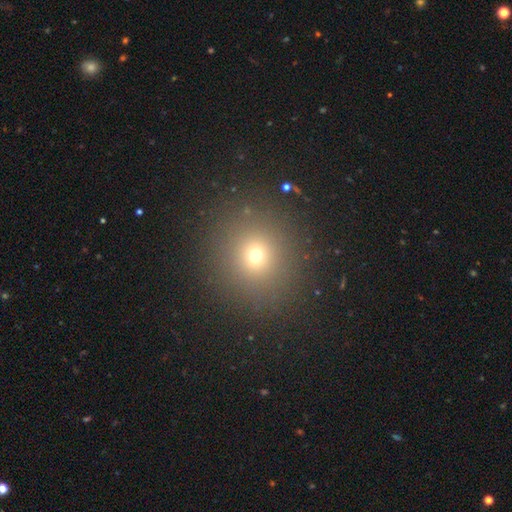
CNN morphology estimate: type=smooth (69%); roundness=round (87%); merging=none (88%).